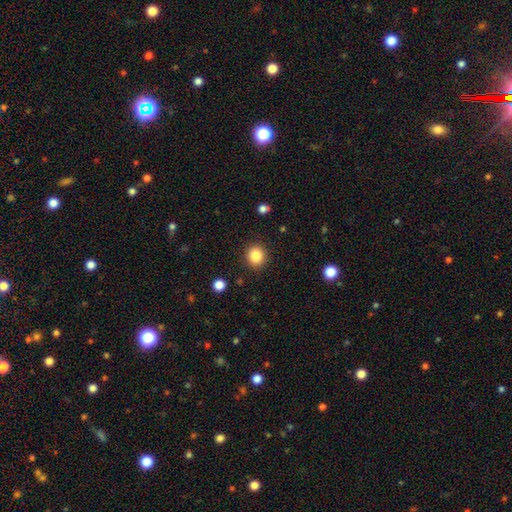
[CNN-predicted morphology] This appears to be a smooth galaxy with no disk features (86%) that is round (87%). Merging: none (90%).